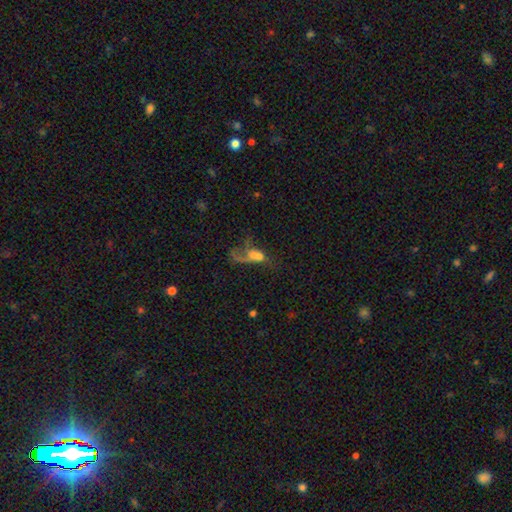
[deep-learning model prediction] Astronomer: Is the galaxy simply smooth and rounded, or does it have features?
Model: featured or disk — 44% (runner-up: smooth, 40%).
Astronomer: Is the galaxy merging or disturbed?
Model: major disturbance — 42% (runner-up: merger, 32%).